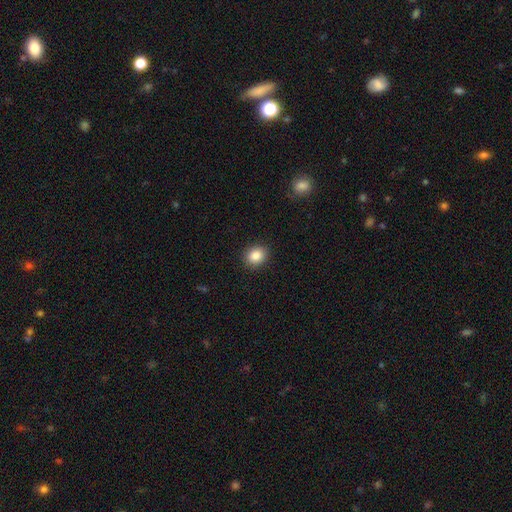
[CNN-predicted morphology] smooth_or_featured: smooth (p=0.86) [alt: star or artifact p=0.09]
how_rounded: round (p=0.66) [alt: in between p=0.33]
merging: none (p=0.89) [alt: minor disturbance p=0.07]